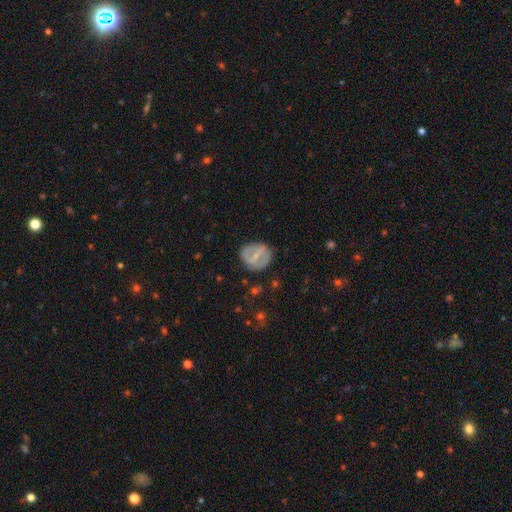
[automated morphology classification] smooth_or_featured: featured or disk (p=0.57) [alt: smooth p=0.36]
disk_edge_on: no (p=0.96) [alt: yes p=0.04]
bar: weak (p=0.44) [alt: strong p=0.34]
has_spiral_arms: yes (p=0.50) [tied with: no p=0.50]
bulge_size: small (p=0.58) [alt: moderate p=0.30]
merging: none (p=0.76) [alt: minor disturbance p=0.16]